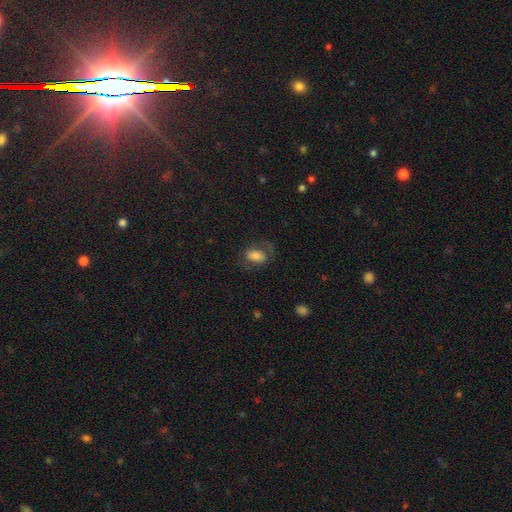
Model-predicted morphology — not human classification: Overall: smooth (64%; featured or disk 27%). How rounded: in between (87%). Merging: none (64%).